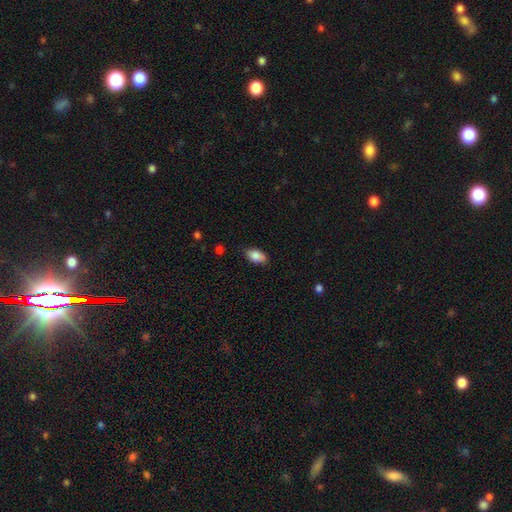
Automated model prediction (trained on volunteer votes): This is clearly a smooth galaxy (86%). How rounded: clearly in between (92%). Merging: clearly none (82%).